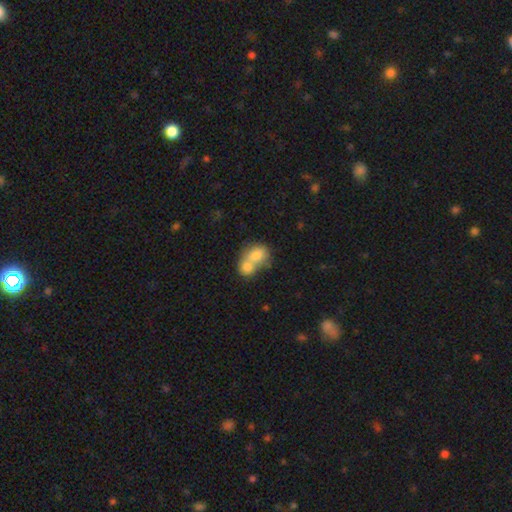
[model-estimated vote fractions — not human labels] Overall: smooth (75%). How rounded: in between (52%; round 47%). Merging: merger (74%).